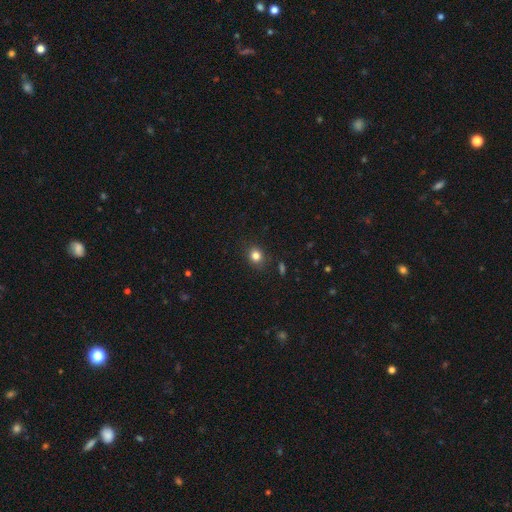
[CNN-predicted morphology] Overall: smooth (82%). How rounded: round (67%; in between 32%). Merging: none (85%).